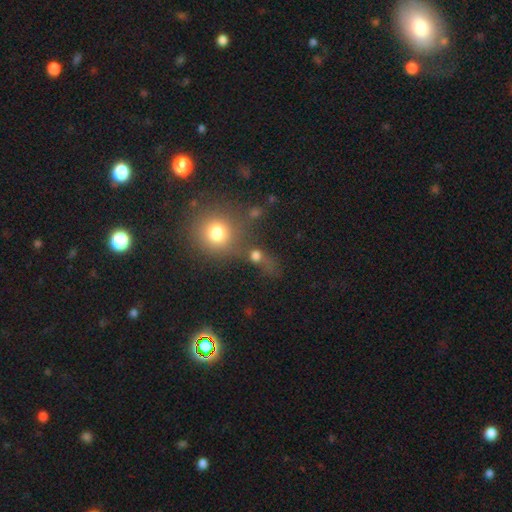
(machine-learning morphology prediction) Smooth or featured: smooth — 68% (star or artifact — 20%)
How rounded: round — 72% (in between — 25%)
Merging: none — 41% (merger — 35%)